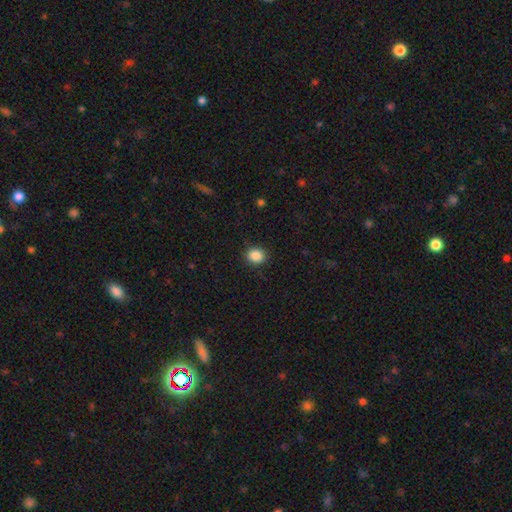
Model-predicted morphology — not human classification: Smooth or featured?
  - smooth: 87% *
  - star or artifact: 10%
  - featured or disk: 3%
How rounded?
  - round: 73% *
  - in between: 26%
  - cigar-shaped: 1%
Merging?
  - none: 89% *
  - minor disturbance: 7%
  - major disturbance: 2%
  - merger: 1%